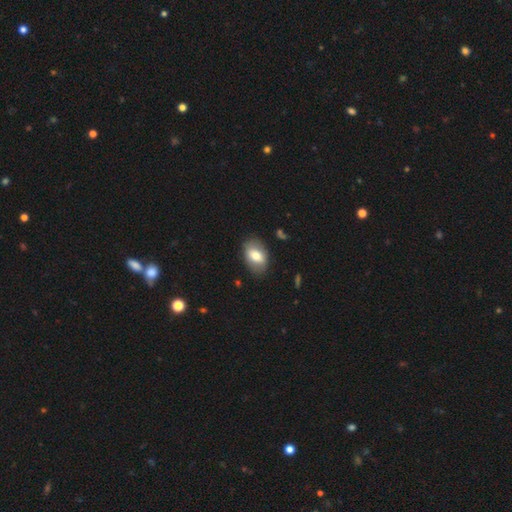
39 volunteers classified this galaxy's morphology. Volunteers were most divided on "smooth or featured": smooth: 62%, featured or disk: 31%, star or artifact: 8%. More confident: how rounded — in between (79%); merging — none (78%).